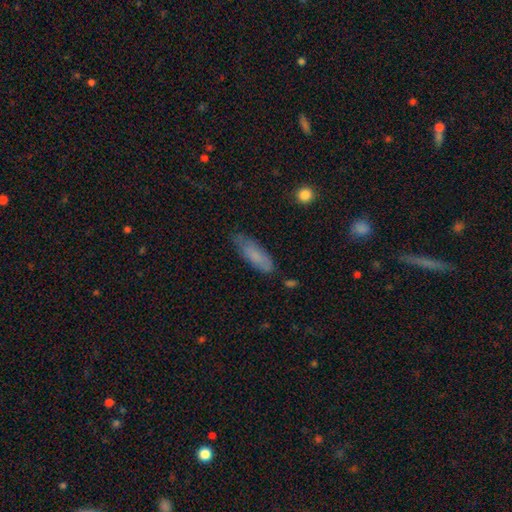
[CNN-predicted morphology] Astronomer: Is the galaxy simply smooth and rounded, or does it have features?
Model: smooth — 76%.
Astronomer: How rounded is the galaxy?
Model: in between — 50% (runner-up: cigar-shaped, 48%).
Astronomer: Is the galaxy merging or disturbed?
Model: none — 67%.